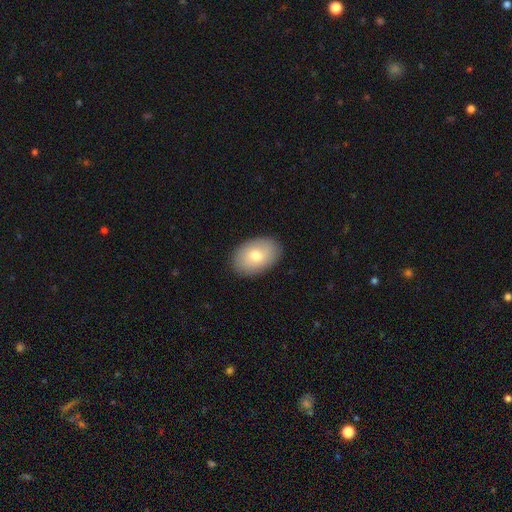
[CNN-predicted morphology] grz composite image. It shows a smooth galaxy with no disk features (73%) that is in between round and cigar-shaped (88%). Merging: none (88%).